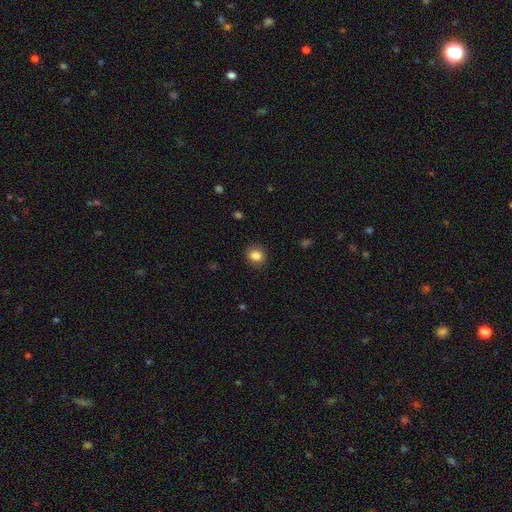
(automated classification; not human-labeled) Q: Smooth or featured?
A: smooth (85%); runner-up: star or artifact (10%)
Q: How rounded?
A: round (68%); runner-up: in between (31%)
Q: Merging?
A: none (87%); runner-up: minor disturbance (9%)